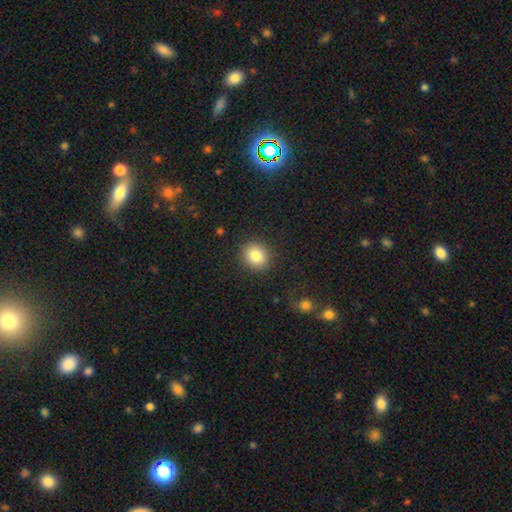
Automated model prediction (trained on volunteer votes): Smooth or featured? smooth (83%)
How rounded? round (81%)
Merging? none (88%)